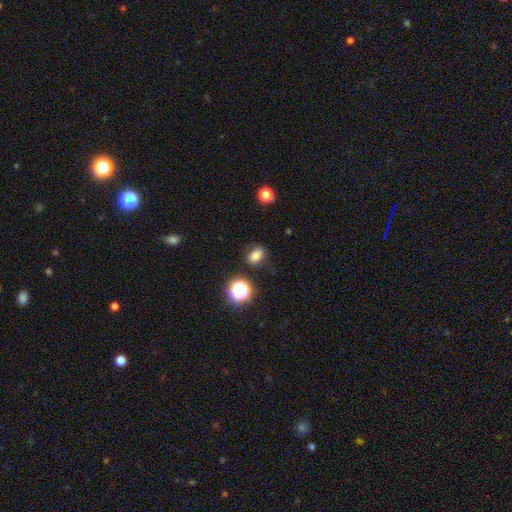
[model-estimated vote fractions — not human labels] A smooth galaxy with no disk features (77%) that is in between round and cigar-shaped (68%). Merging: none (81%).